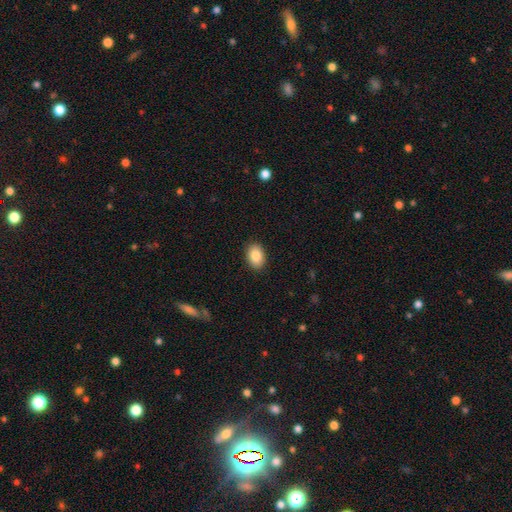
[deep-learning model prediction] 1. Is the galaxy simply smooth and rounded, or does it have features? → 86% smooth, 8% star or artifact, 6% featured or disk.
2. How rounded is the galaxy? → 80% in between, 19% round, 1% cigar-shaped.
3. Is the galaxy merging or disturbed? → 90% none, 7% minor disturbance, 2% major disturbance, 1% merger.